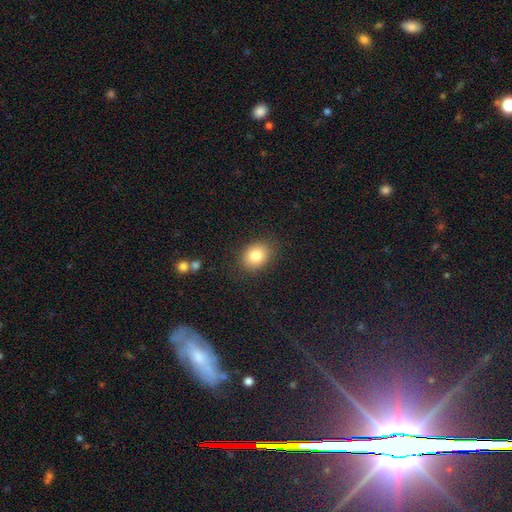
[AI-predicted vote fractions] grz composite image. It shows a smooth galaxy with no disk features (82%) that is in between round and cigar-shaped (56%). Merging: none (85%).